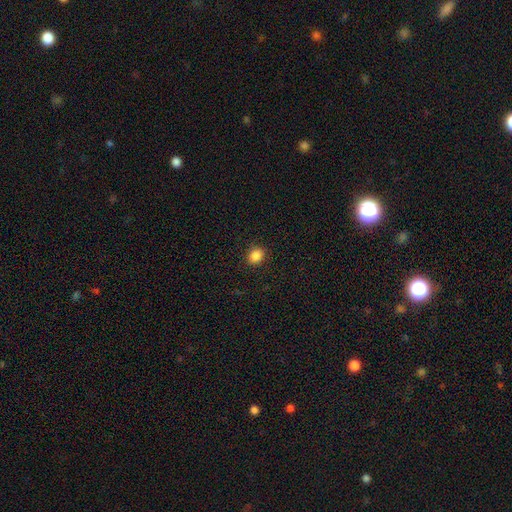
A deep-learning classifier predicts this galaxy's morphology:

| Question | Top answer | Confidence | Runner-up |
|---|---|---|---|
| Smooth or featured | smooth | 86% | star or artifact (10%) |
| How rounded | round | 59% | in between (40%) |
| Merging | none | 90% | minor disturbance (7%) |